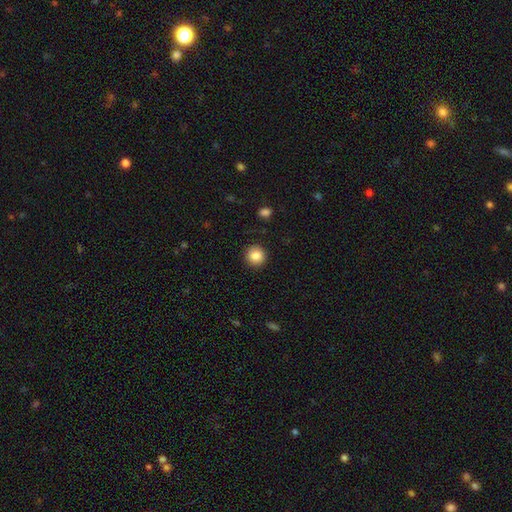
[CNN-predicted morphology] A smooth galaxy with no disk features (86%) that is round (94%). Merging: none (91%).